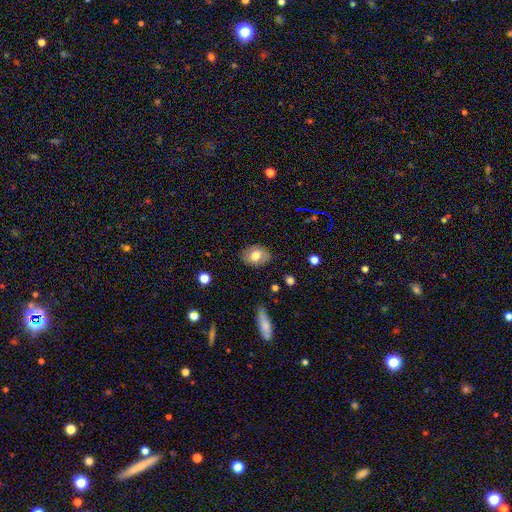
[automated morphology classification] A smooth galaxy with no disk features (73%) that is in between round and cigar-shaped (70%). Merging: none (80%).